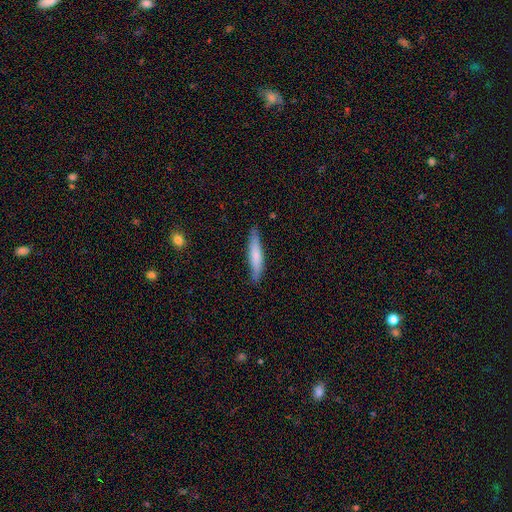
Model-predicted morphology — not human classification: smooth_or_featured: smooth (p=0.69) [alt: featured or disk p=0.25]
how_rounded: cigar-shaped (p=0.88) [alt: in between p=0.11]
merging: none (p=0.83) [alt: minor disturbance p=0.14]